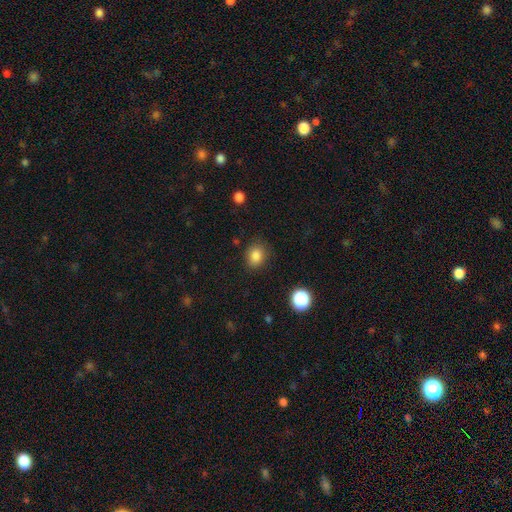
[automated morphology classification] Smooth or featured? smooth (84%)
How rounded? round (51%)
Merging? none (84%)